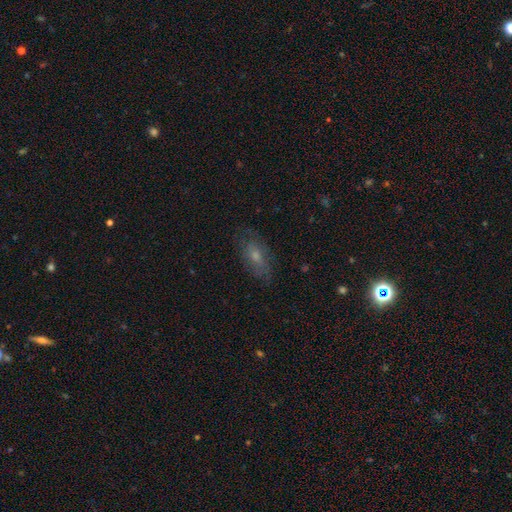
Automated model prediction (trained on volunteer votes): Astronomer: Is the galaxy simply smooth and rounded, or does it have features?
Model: smooth — 54% (runner-up: featured or disk, 35%).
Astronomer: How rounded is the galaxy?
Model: in between — 82%.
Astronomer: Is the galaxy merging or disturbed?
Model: none — 72%.